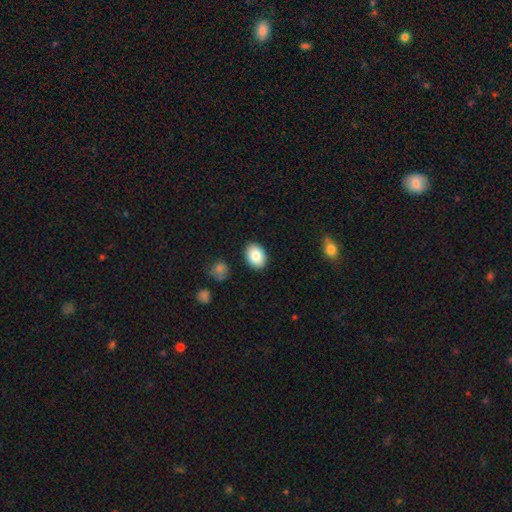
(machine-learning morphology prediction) Smooth or featured? Predicted: smooth (p=0.86). How rounded? Predicted: in between (p=0.80). Merging? Predicted: none (p=0.88).